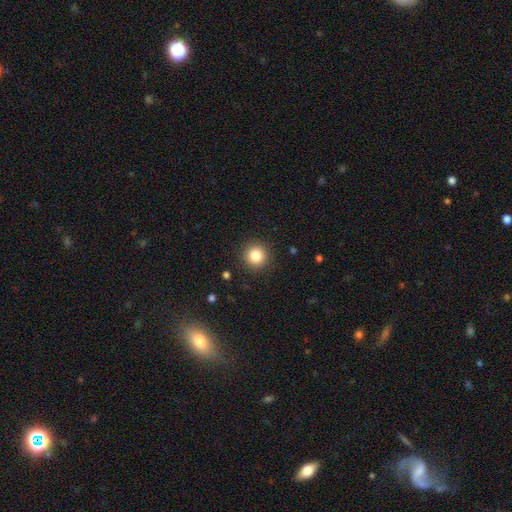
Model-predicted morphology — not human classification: Overall: smooth (84%). How rounded: round (95%). Merging: none (91%).